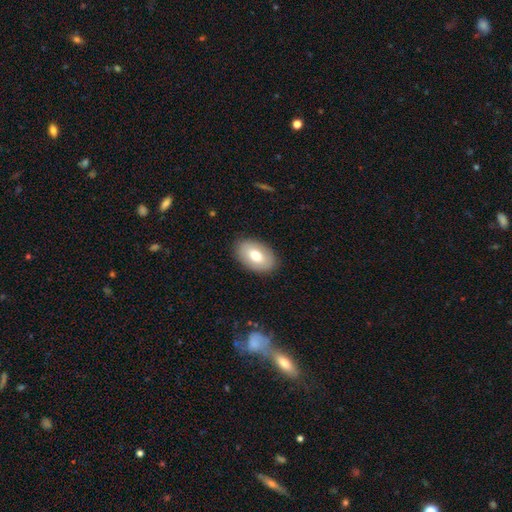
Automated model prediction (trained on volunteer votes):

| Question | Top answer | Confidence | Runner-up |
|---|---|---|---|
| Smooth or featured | smooth | 72% | featured or disk (22%) |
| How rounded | in between | 91% | round (8%) |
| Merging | none | 87% | minor disturbance (9%) |